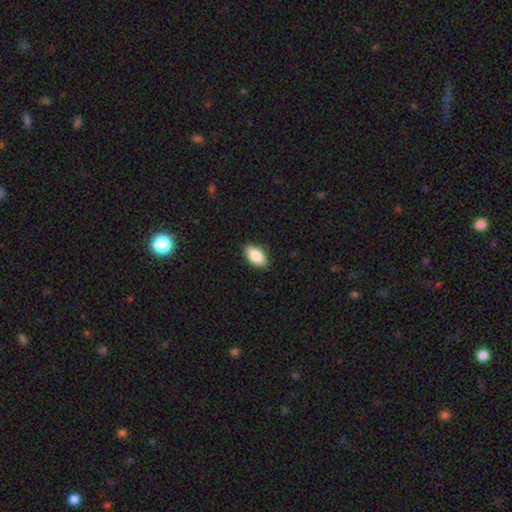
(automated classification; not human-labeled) Smooth or featured? smooth (86%)
How rounded? in between (94%)
Merging? none (88%)